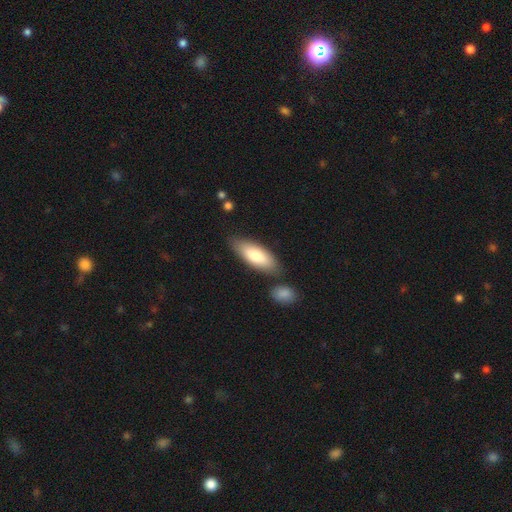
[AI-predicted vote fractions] Smooth or featured? Predicted: smooth (p=0.78). How rounded? Predicted: in between (p=0.70). Merging? Predicted: none (p=0.74).